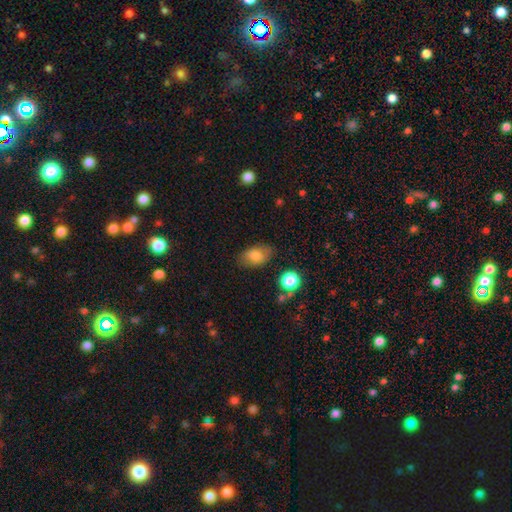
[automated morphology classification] smooth 79%, featured or disk 13%, star or artifact 9%. Down the decision tree: how rounded — in between (89%); merging — none (78%).